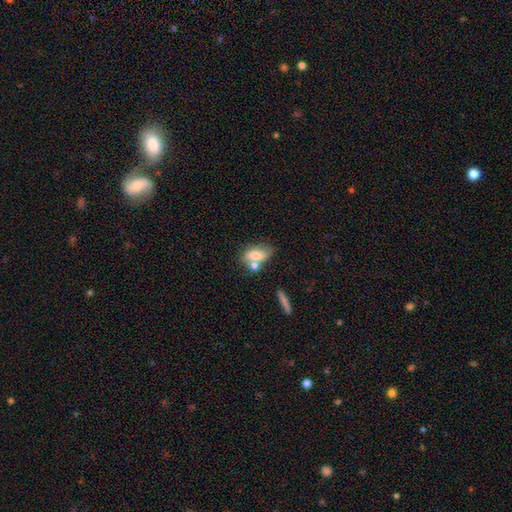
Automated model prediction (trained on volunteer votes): smooth-or-featured: smooth: 65% | featured or disk: 26% | star or artifact: 8%
  how-rounded: in between: 81% | round: 11% | cigar-shaped: 8%
  merging: none: 43% | merger: 33% | minor disturbance: 16% | major disturbance: 7%